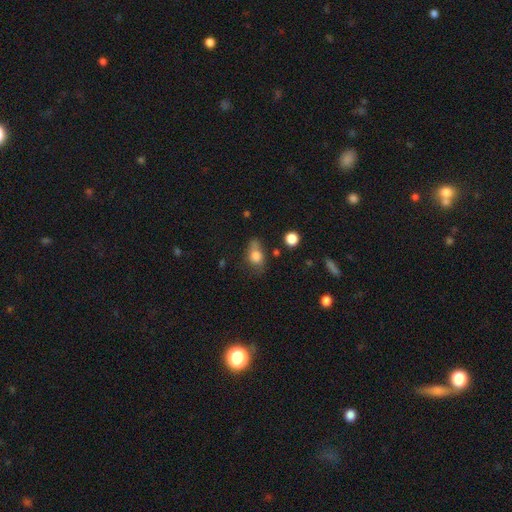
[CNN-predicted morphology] A smooth galaxy with no disk features (77%) that is in between round and cigar-shaped (65%).

Vote fractions:
- Smooth or featured? smooth: 77% / featured or disk: 13% / star or artifact: 10%
- How rounded? in between: 65% / round: 31% / cigar-shaped: 4%
- Merging? none: 45% / minor disturbance: 32% / major disturbance: 15% / merger: 8%